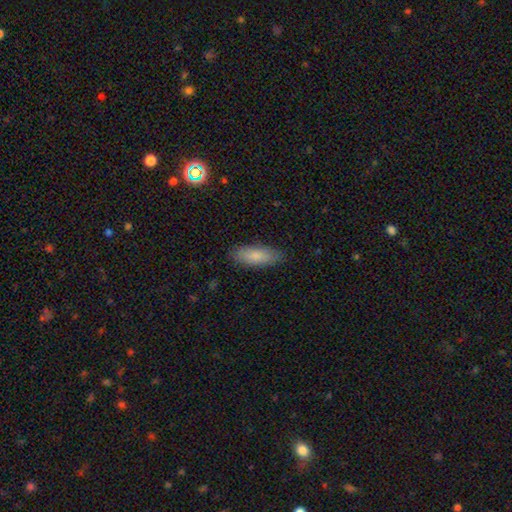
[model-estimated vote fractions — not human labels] smooth 83%, featured or disk 11%, star or artifact 6%. Down the decision tree: how rounded — in between (64%); merging — none (86%).